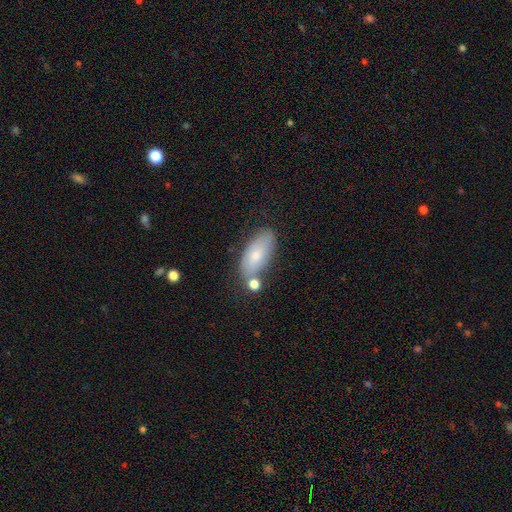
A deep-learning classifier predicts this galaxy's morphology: Smooth or featured?
  - smooth: 71% *
  - featured or disk: 22%
  - star or artifact: 7%
How rounded?
  - in between: 89% *
  - cigar-shaped: 8%
  - round: 3%
Merging?
  - none: 66% *
  - minor disturbance: 19%
  - merger: 11%
  - major disturbance: 5%